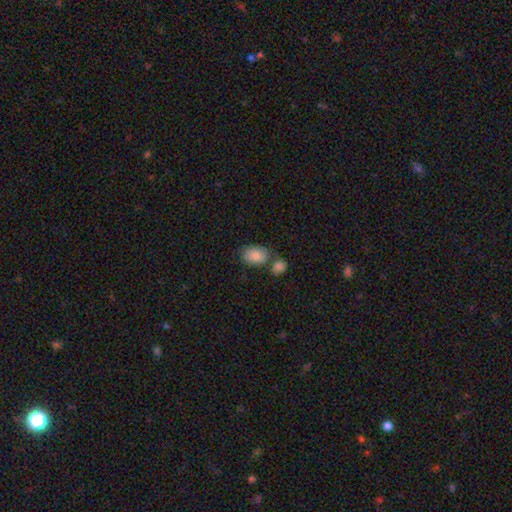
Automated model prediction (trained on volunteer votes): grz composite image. It shows a smooth galaxy with no disk features (86%) that is in between round and cigar-shaped (85%). Merging: none (54%).